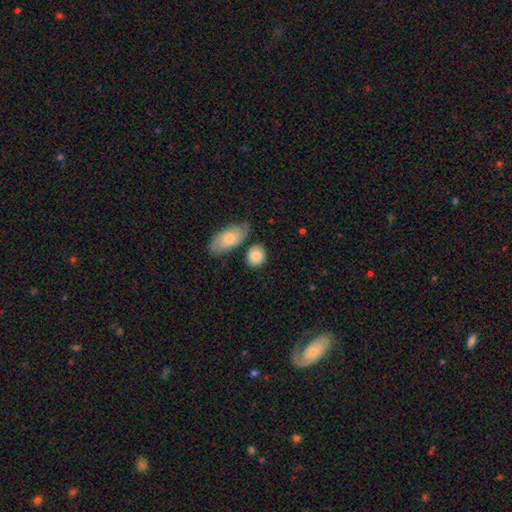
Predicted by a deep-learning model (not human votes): Overall: smooth (82%). How rounded: round (56%; in between 42%). Merging: none (66%).